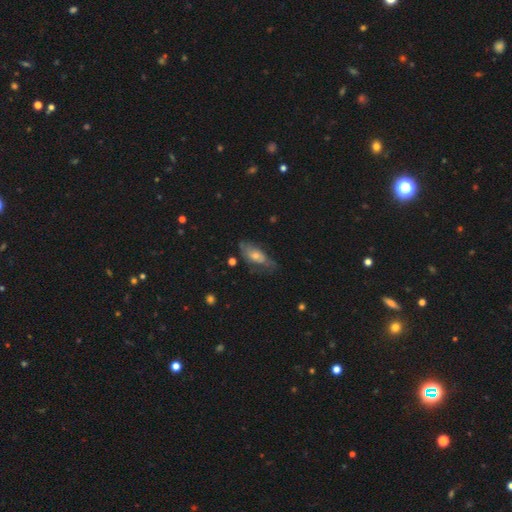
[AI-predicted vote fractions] This appears to be a smooth galaxy with no disk features (50%). Merging: none (46%).